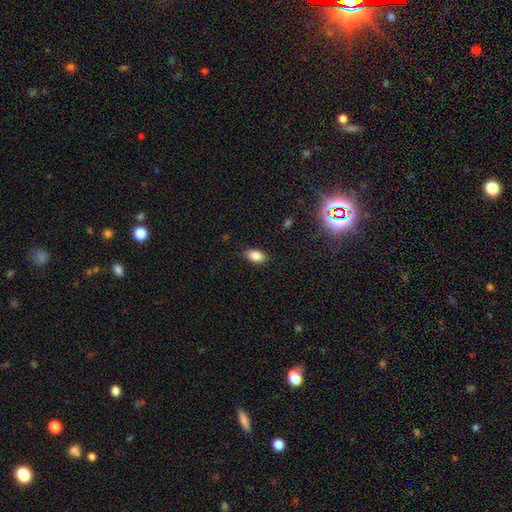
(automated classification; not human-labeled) Morphology: type=smooth (86%); roundness=in between (91%); merging=none (85%).